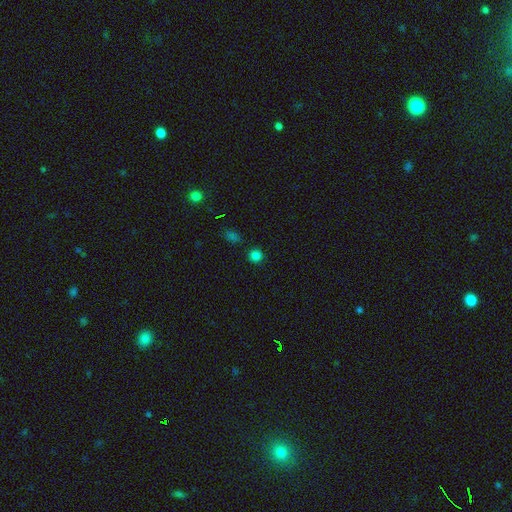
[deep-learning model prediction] Smooth or featured: smooth — 81% (star or artifact — 15%)
How rounded: round — 93% (in between — 6%)
Merging: none — 88% (minor disturbance — 7%)